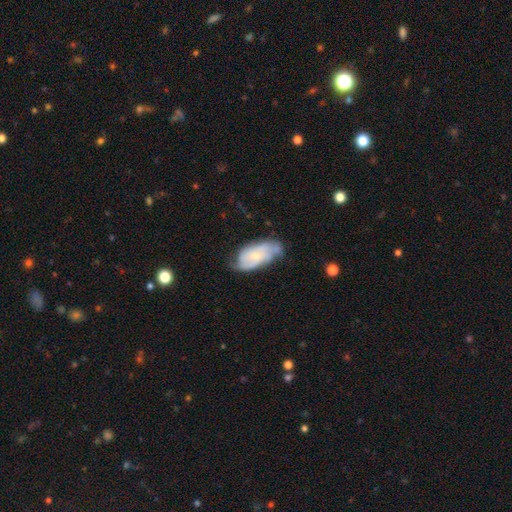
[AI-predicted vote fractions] Smooth or featured? Predicted: featured or disk (p=0.63). Edge-on disk? Predicted: no (p=0.95). Bar? Predicted: no (p=0.72). Spiral arms? Predicted: yes (p=0.86). Spiral winding? Predicted: tight (p=0.44). Spiral arm count? Predicted: 2 (p=0.39). Bulge size? Predicted: small (p=0.68). Merging? Predicted: none (p=0.52).